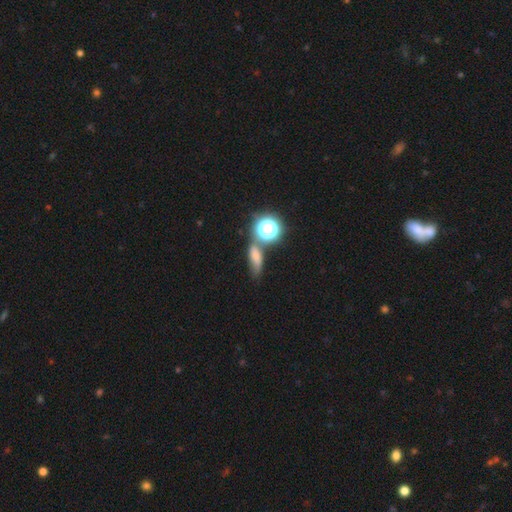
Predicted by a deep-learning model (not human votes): Smooth or featured?
  - smooth: 59% *
  - star or artifact: 24%
  - featured or disk: 17%
How rounded?
  - in between: 52% *
  - round: 28%
  - cigar-shaped: 20%
Merging?
  - none: 51% *
  - merger: 20%
  - minor disturbance: 19%
  - major disturbance: 10%